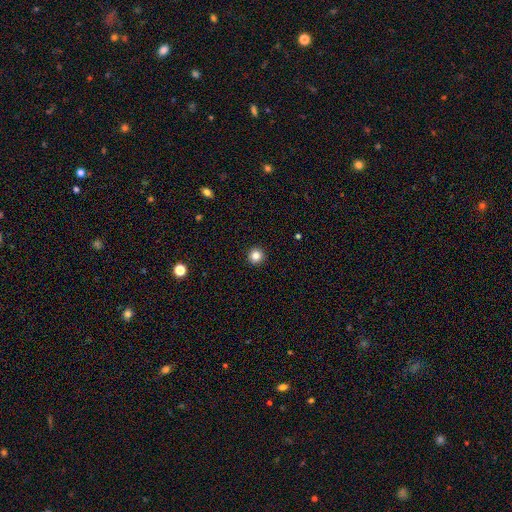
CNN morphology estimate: Smooth or featured: smooth — 84% (star or artifact — 12%)
How rounded: round — 96% (in between — 3%)
Merging: none — 94% (minor disturbance — 4%)